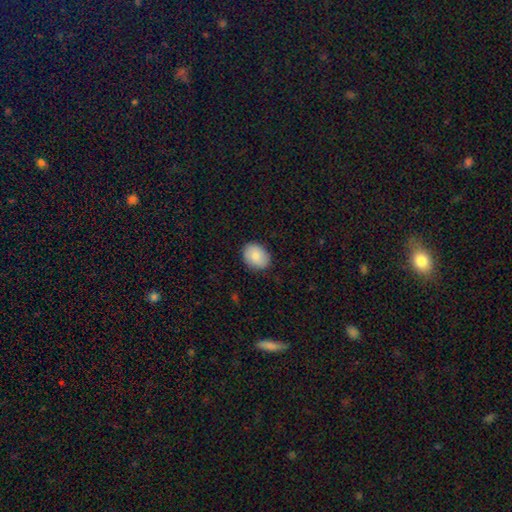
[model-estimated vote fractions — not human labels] smooth-or-featured: smooth: 84% | featured or disk: 10% | star or artifact: 6%
  how-rounded: in between: 62% | round: 38% | cigar-shaped: 1%
  merging: none: 85% | minor disturbance: 12% | major disturbance: 2% | merger: 1%